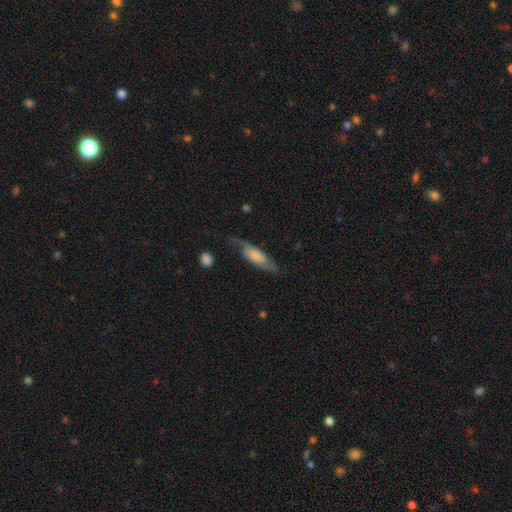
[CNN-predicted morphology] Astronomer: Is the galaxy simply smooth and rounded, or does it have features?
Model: smooth — 56% (runner-up: featured or disk, 39%).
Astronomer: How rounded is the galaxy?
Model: in between — 54% (runner-up: cigar-shaped, 44%).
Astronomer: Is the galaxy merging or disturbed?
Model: none — 57%.